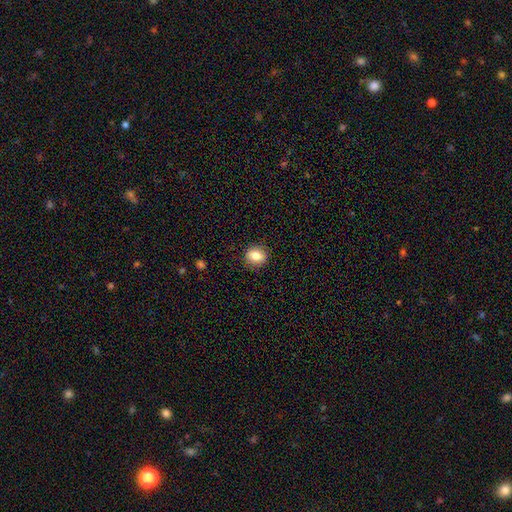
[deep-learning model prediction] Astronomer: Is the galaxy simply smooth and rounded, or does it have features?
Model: smooth — 81%.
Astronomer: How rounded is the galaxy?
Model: round — 65%.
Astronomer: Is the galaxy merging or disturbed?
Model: none — 88%.